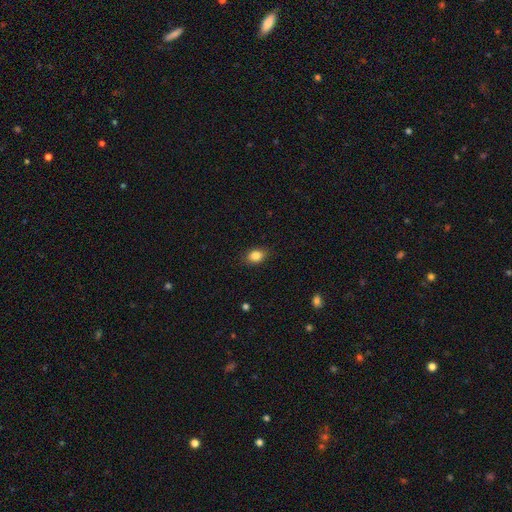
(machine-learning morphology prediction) Smooth or featured? Predicted: smooth (p=0.85). How rounded? Predicted: in between (p=0.75). Merging? Predicted: none (p=0.85).